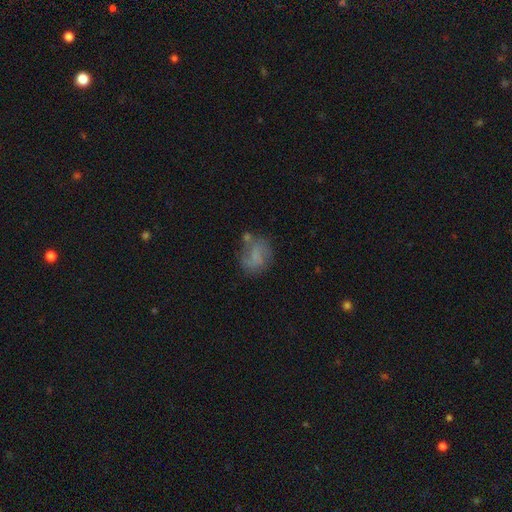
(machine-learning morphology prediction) A smooth galaxy with no disk features (49%).

Vote fractions:
- Smooth or featured? smooth: 49% / featured or disk: 39% / star or artifact: 12%
- Merging? none: 51% / minor disturbance: 23% / major disturbance: 15% / merger: 12%